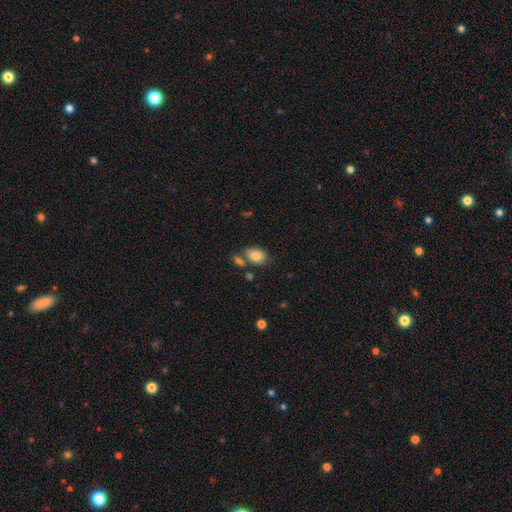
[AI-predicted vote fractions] This appears to be a smooth galaxy with no disk features (83%) that is in between round and cigar-shaped (84%). Merging: none (64%).